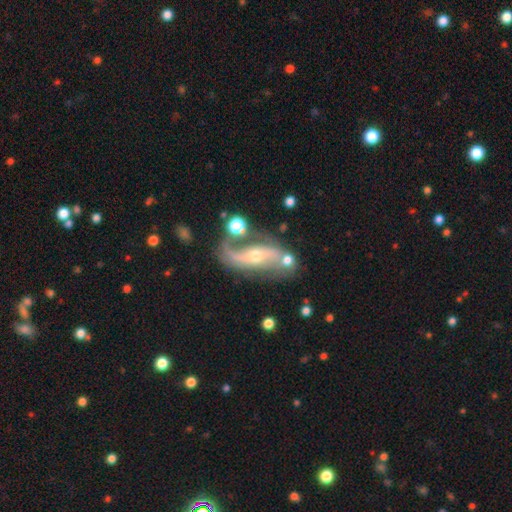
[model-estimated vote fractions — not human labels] Smooth or featured: featured or disk — 83% (smooth — 11%)
Edge-on disk: no — 93% (yes — 7%)
Bar: no — 44% (weak — 31%)
Spiral arms: yes — 91% (no — 9%)
Spiral winding: loose — 69% (medium — 24%)
Spiral arm count: 2 — 83% (1 — 10%)
Bulge size: moderate — 55% (small — 39%)
Merging: none — 50% (minor disturbance — 18%)